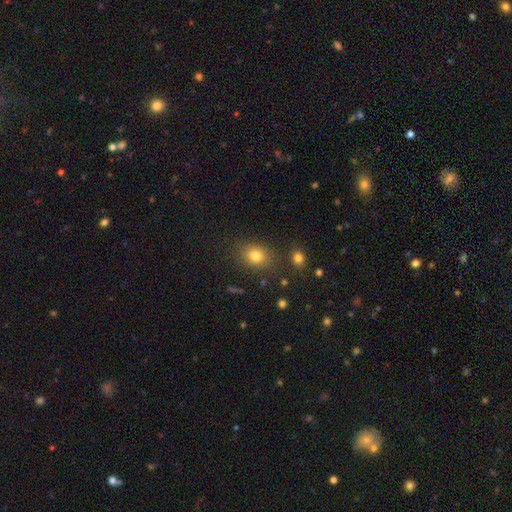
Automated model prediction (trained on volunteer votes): This appears to be a smooth galaxy with no disk features (80%) that is in between round and cigar-shaped (53%). Merging: none (81%).